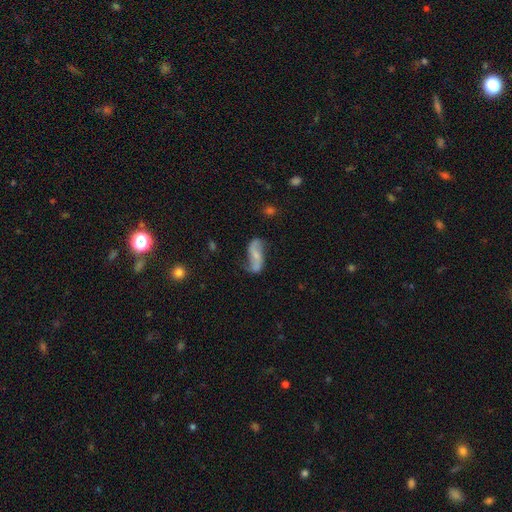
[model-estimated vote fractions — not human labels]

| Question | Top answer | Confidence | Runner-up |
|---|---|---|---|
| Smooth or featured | featured or disk | 74% | smooth (19%) |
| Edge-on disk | no | 94% | yes (6%) |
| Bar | no | 43% | weak (35%) |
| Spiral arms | yes | 91% | no (9%) |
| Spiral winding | loose | 81% | medium (14%) |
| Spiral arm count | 2 | 92% | can't tell (3%) |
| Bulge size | small | 50% | moderate (24%) |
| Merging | none | 63% | minor disturbance (22%) |